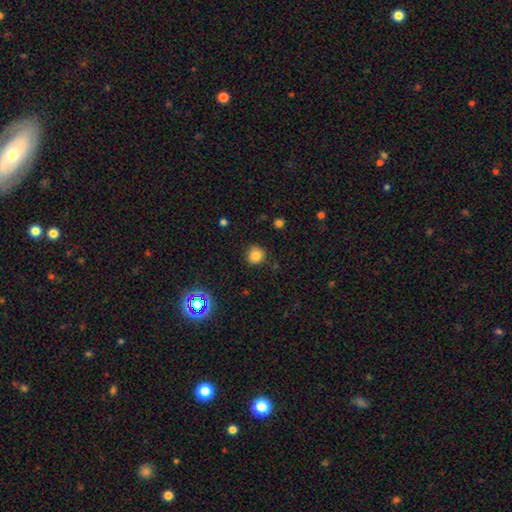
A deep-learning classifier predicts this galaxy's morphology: Smooth or featured?
  - smooth: 81% *
  - star or artifact: 13%
  - featured or disk: 5%
How rounded?
  - round: 91% *
  - in between: 8%
  - cigar-shaped: 1%
Merging?
  - none: 87% *
  - minor disturbance: 9%
  - major disturbance: 3%
  - merger: 2%